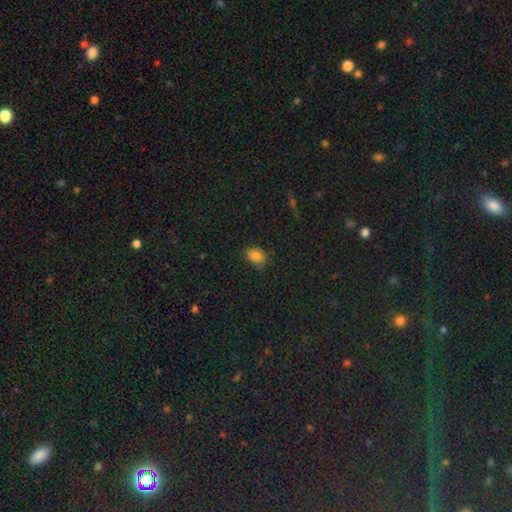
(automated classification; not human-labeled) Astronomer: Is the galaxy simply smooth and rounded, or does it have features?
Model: smooth — 81%.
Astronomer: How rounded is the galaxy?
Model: in between — 77%.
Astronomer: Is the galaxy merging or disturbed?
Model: none — 79%.